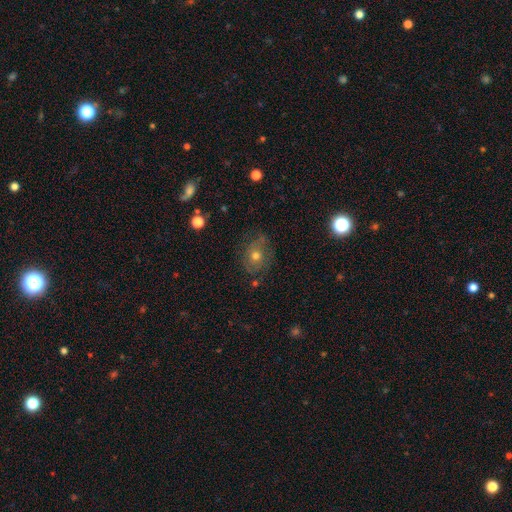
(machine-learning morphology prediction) This appears to be a smooth galaxy with no disk features (48%). Merging: none (72%).